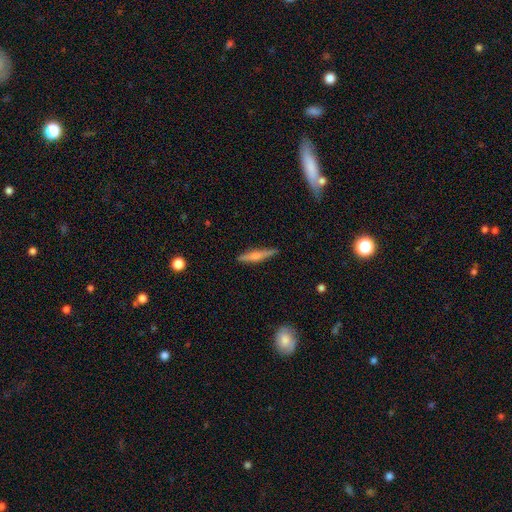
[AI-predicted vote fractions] Smooth or featured? Predicted: featured or disk (p=0.48). Merging? Predicted: none (p=0.88).